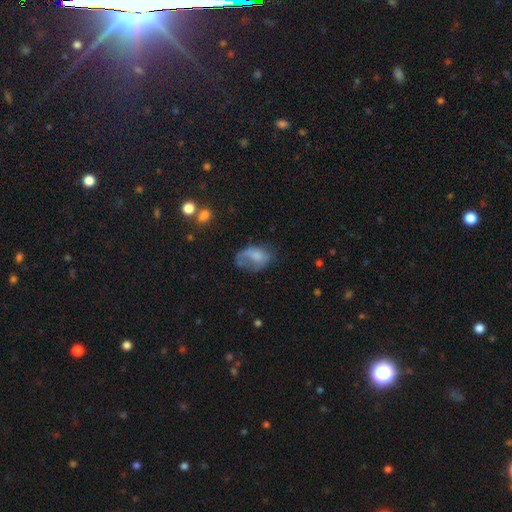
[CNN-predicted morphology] Smooth or featured: smooth — 63% (featured or disk — 28%)
How rounded: in between — 81% (round — 18%)
Merging: major disturbance — 35% (none — 32%)